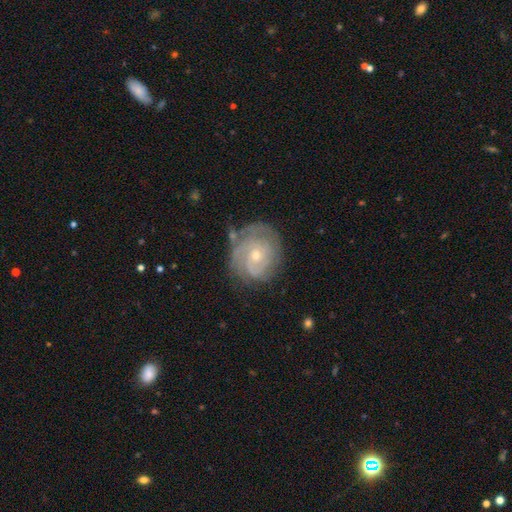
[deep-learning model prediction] smooth_or_featured: featured or disk (p=0.80) [alt: smooth p=0.14]
disk_edge_on: no (p=0.98) [alt: yes p=0.02]
bar: no (p=0.75) [alt: weak p=0.22]
has_spiral_arms: yes (p=0.92) [alt: no p=0.08]
spiral_winding: tight (p=0.68) [alt: medium p=0.25]
spiral_arm_count: can't tell (p=0.36) [alt: 2 p=0.23]
bulge_size: small (p=0.61) [alt: moderate p=0.36]
merging: none (p=0.66) [alt: minor disturbance p=0.22]